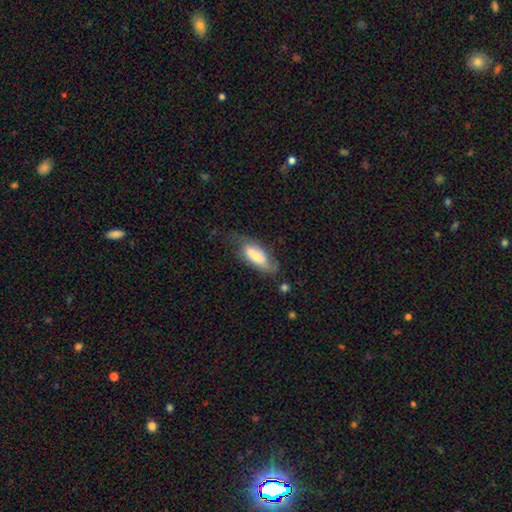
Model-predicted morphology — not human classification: Smooth or featured?
  - smooth: 55% *
  - featured or disk: 39%
  - star or artifact: 6%
How rounded?
  - in between: 78% *
  - cigar-shaped: 20%
  - round: 2%
Merging?
  - none: 50% *
  - minor disturbance: 30%
  - major disturbance: 17%
  - merger: 3%